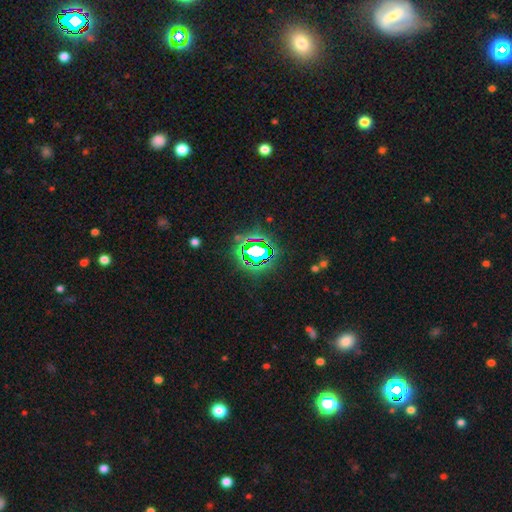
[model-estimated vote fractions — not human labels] Q: Smooth or featured?
A: star or artifact (74%); runner-up: smooth (15%)